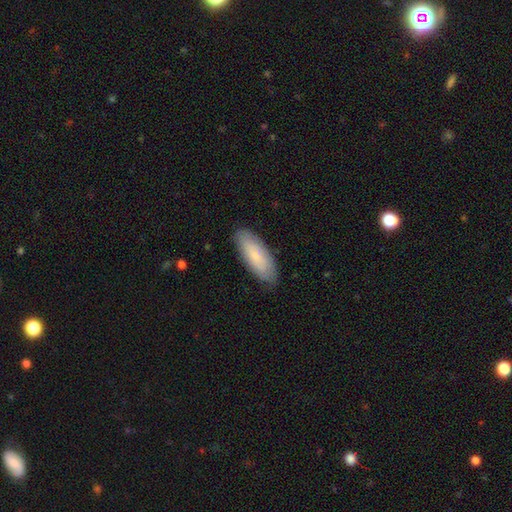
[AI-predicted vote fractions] smooth_or_featured: smooth (p=0.78) [alt: featured or disk p=0.16]
how_rounded: in between (p=0.71) [alt: cigar-shaped p=0.28]
merging: none (p=0.85) [alt: minor disturbance p=0.12]